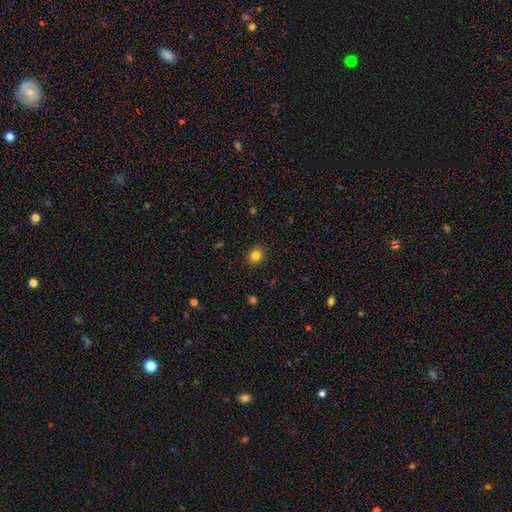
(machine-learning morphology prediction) type=smooth (83%); roundness=round (72%); merging=none (90%).